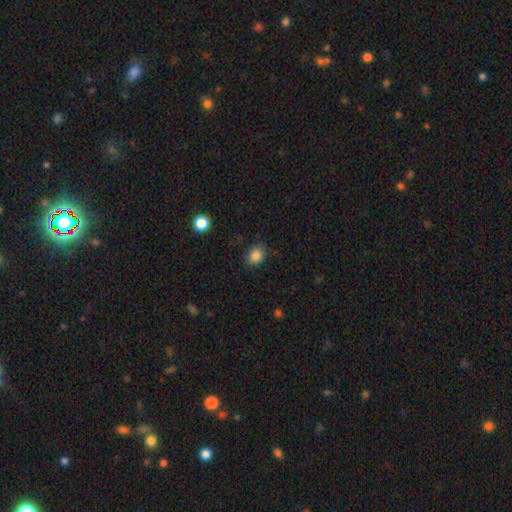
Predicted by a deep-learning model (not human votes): Smooth or featured? Predicted: smooth (p=0.85). How rounded? Predicted: round (p=0.50, tied with in between). Merging? Predicted: none (p=0.83).